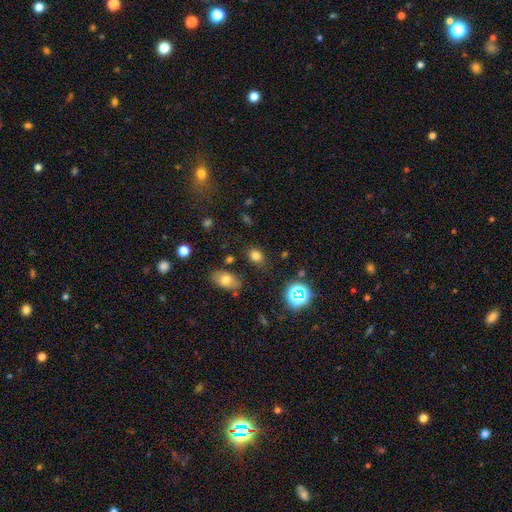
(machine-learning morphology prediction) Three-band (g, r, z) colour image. It shows a smooth galaxy with no disk features (76%) that is in between round and cigar-shaped (60%). Merging: none (79%).